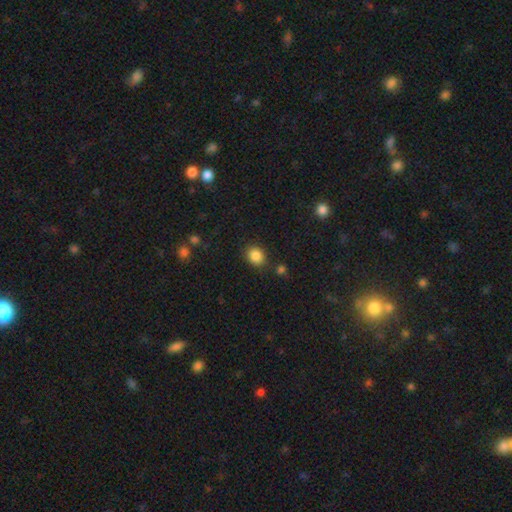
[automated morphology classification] smooth 86%, star or artifact 10%, featured or disk 4%. Down the decision tree: how rounded — round (61%); merging — none (83%).